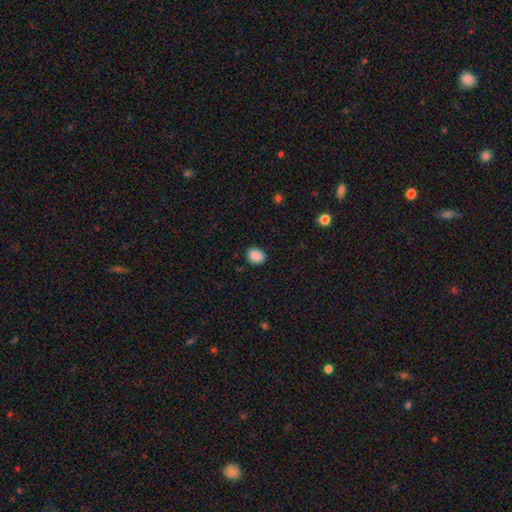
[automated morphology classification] This is clearly a smooth galaxy (89%). How rounded: possibly in between (54%). Merging: clearly none (88%).